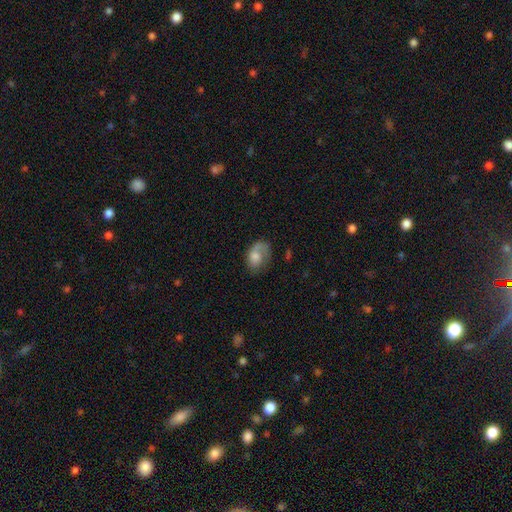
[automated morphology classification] smooth-or-featured: smooth: 59% | featured or disk: 33% | star or artifact: 8%
  how-rounded: in between: 80% | round: 19% | cigar-shaped: 1%
  merging: none: 43% | major disturbance: 28% | minor disturbance: 25% | merger: 4%